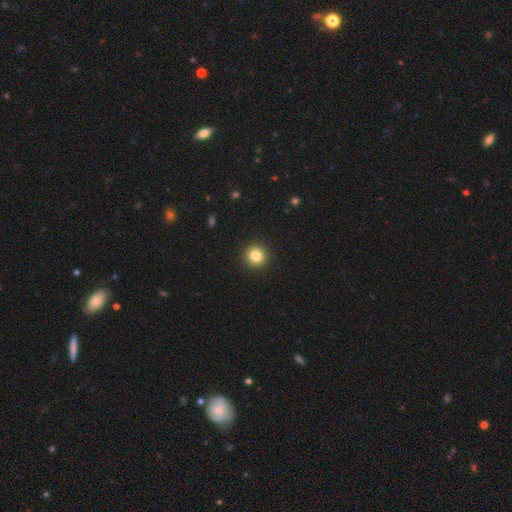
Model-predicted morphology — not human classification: Smooth or featured: smooth — 83% (star or artifact — 11%)
How rounded: round — 93% (in between — 6%)
Merging: none — 93% (minor disturbance — 5%)